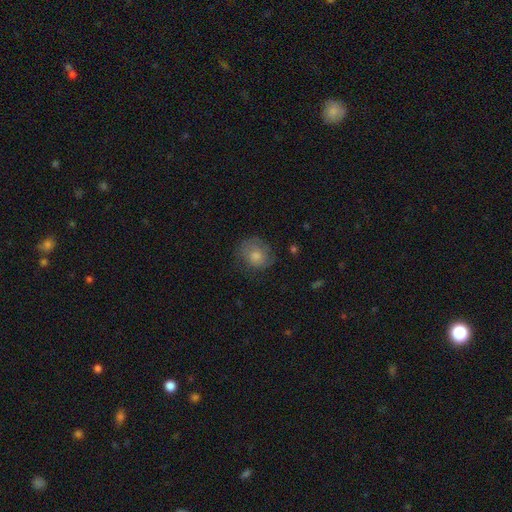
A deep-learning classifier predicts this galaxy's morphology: smooth_or_featured: smooth (p=0.60) [alt: featured or disk p=0.28]
how_rounded: round (p=0.73) [alt: in between p=0.26]
merging: none (p=0.69) [alt: minor disturbance p=0.21]